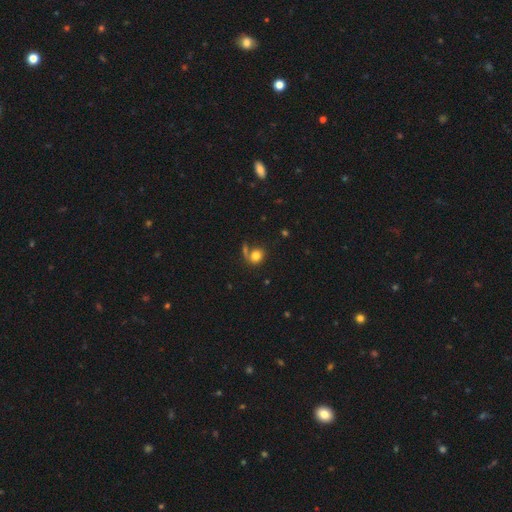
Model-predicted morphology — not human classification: type=smooth (78%); roundness=round (72%); merging=none (57%).